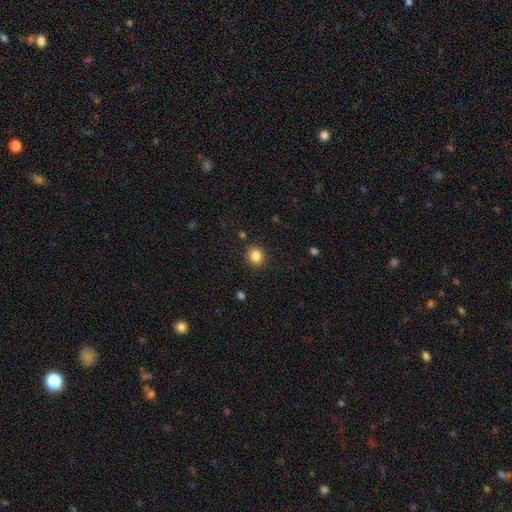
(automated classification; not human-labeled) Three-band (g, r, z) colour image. It shows a smooth galaxy with no disk features (85%) that is round (78%). Merging: none (89%).